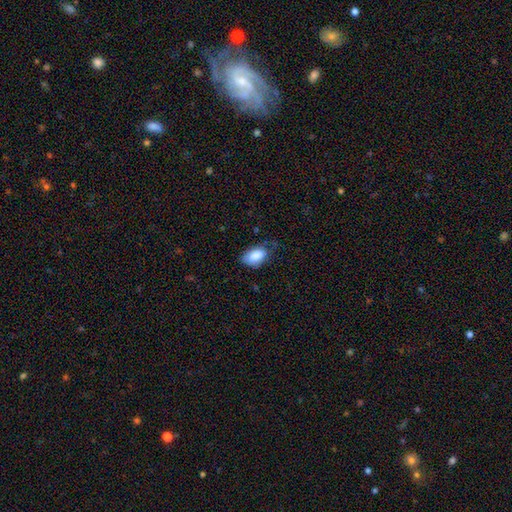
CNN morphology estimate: This appears to be a smooth galaxy with no disk features (86%) that is in between round and cigar-shaped (92%). Merging: none (63%).